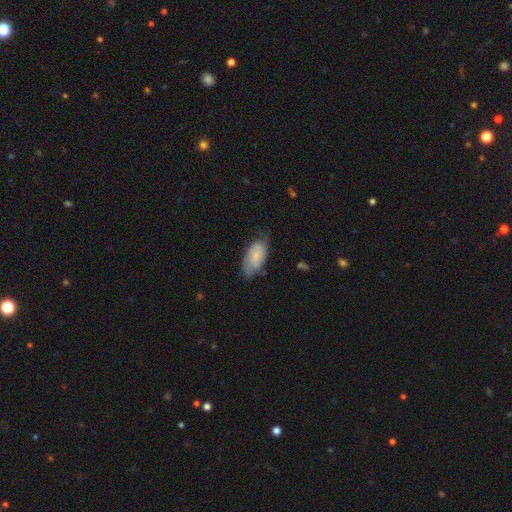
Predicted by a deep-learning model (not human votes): smooth_or_featured: smooth (p=0.59) [alt: featured or disk p=0.35]
how_rounded: in between (p=0.93) [alt: cigar-shaped p=0.04]
merging: none (p=0.60) [alt: minor disturbance p=0.30]